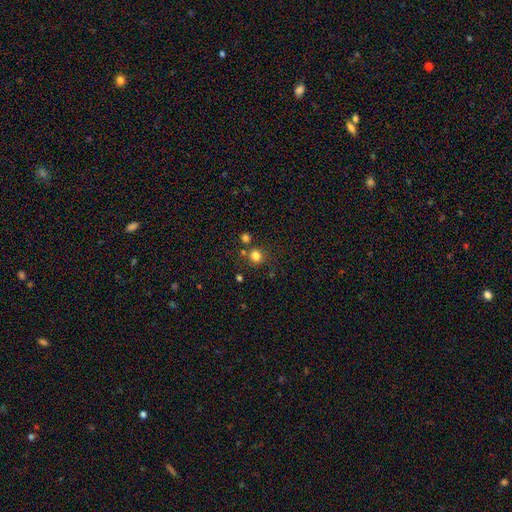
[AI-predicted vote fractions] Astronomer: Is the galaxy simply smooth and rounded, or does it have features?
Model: smooth — 80%.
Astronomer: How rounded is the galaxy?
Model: round — 79%.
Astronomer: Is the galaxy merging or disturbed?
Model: none — 73%.